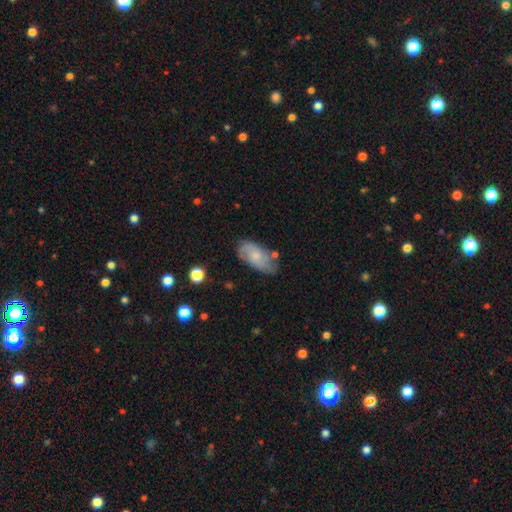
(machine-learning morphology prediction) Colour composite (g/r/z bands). It shows a smooth galaxy with no disk features (50%) that is in between round and cigar-shaped (91%). Merging: none (64%).